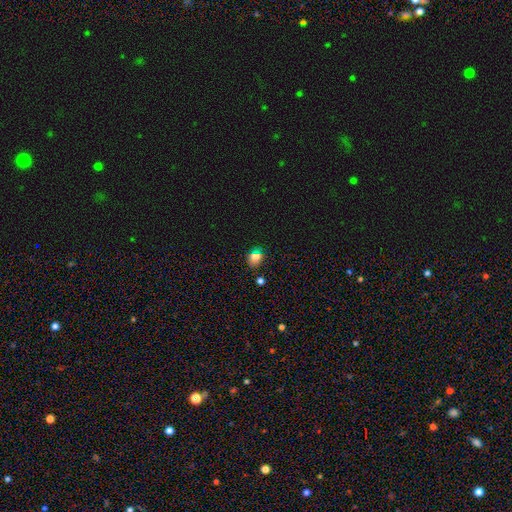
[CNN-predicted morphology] type=smooth (71%); roundness=round (55%); merging=none (78%).